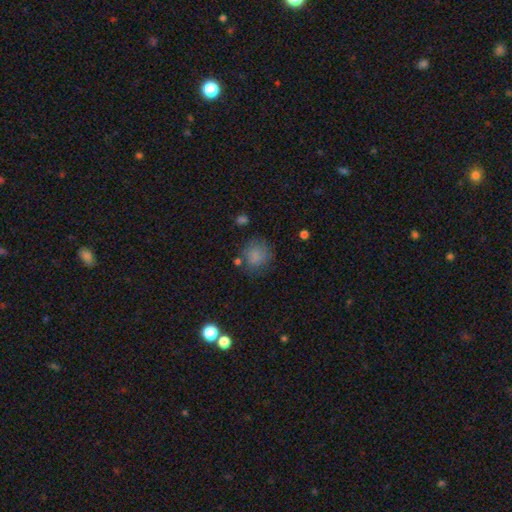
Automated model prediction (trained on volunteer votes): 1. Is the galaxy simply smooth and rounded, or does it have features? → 80% smooth, 10% star or artifact, 10% featured or disk.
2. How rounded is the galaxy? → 85% round, 14% in between, 1% cigar-shaped.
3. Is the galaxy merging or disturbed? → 69% none, 19% minor disturbance, 8% major disturbance, 5% merger.